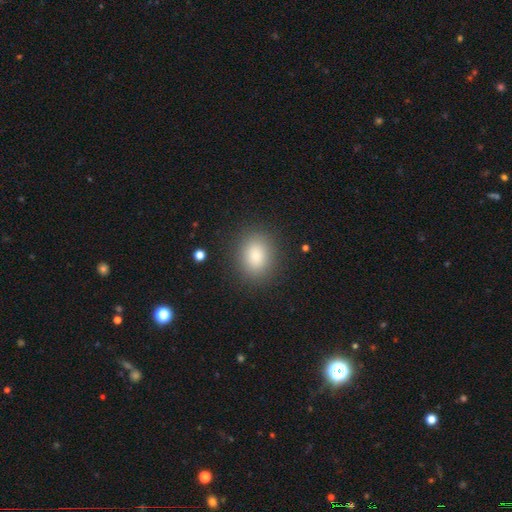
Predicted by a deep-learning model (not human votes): smooth-or-featured: smooth: 85% | star or artifact: 9% | featured or disk: 6%
  how-rounded: in between: 58% | round: 41% | cigar-shaped: 1%
  merging: none: 87% | minor disturbance: 9% | major disturbance: 4% | merger: 1%